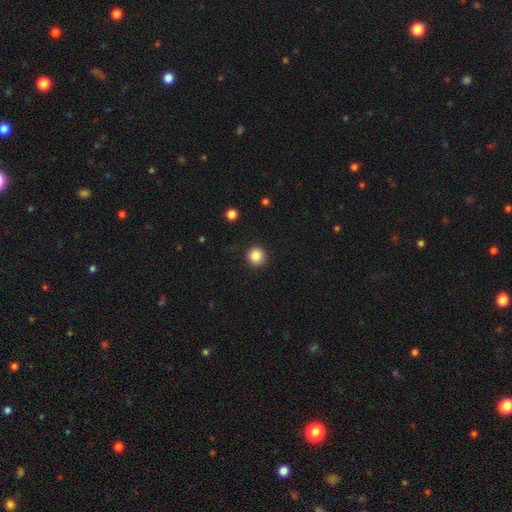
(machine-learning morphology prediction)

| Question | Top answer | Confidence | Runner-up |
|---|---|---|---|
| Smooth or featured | smooth | 87% | star or artifact (10%) |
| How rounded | round | 94% | in between (6%) |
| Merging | none | 91% | minor disturbance (6%) |